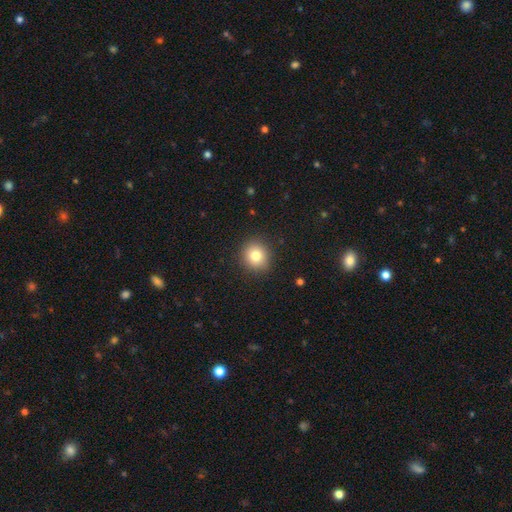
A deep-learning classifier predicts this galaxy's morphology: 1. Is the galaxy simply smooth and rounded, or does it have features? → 80% smooth, 11% star or artifact, 9% featured or disk.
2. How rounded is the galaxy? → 87% round, 12% in between, 1% cigar-shaped.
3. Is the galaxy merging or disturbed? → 89% none, 7% minor disturbance, 2% major disturbance, 1% merger.